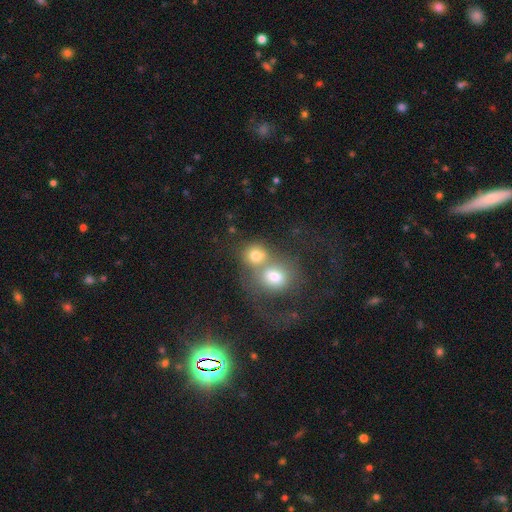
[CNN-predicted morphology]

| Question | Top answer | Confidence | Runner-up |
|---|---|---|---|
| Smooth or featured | smooth | 73% | featured or disk (15%) |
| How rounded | round | 75% | in between (24%) |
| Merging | merger | 60% | none (28%) |